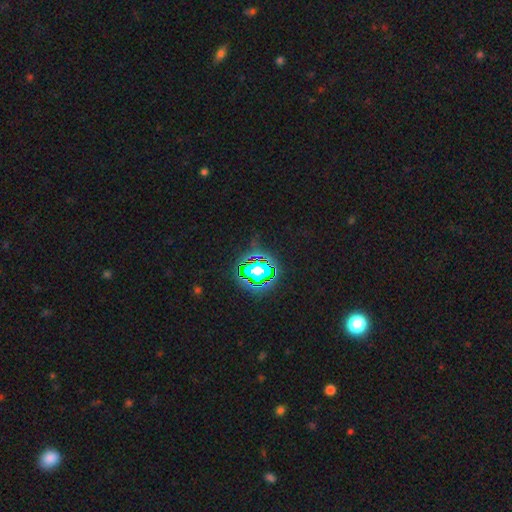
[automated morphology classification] This is clearly a star or artifact rather than a galaxy (81%).